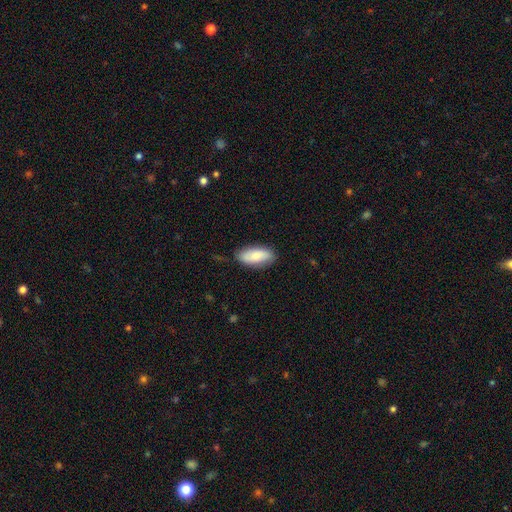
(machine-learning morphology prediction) Smooth or featured? smooth (80%)
How rounded? in between (85%)
Merging? none (80%)